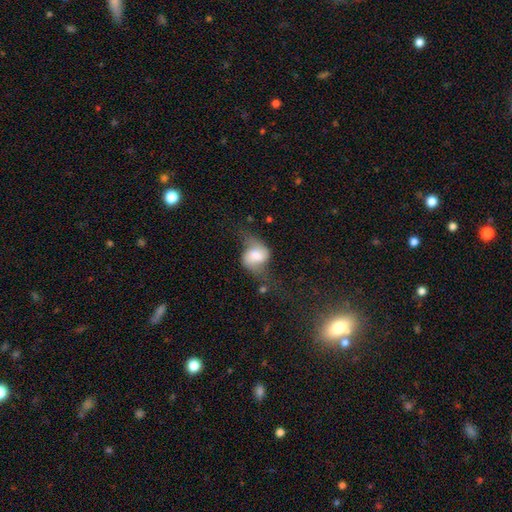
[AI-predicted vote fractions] featured or disk 53%, smooth 39%, star or artifact 8%. Down the decision tree: edge-on disk — no (95%); bar — no (41%); spiral arms — yes (82%); bulge size — moderate (28%, tied with large); merging — none (40%).